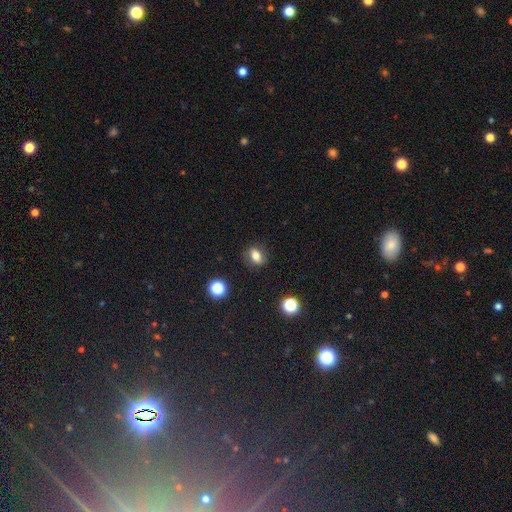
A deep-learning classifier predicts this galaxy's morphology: Q: Smooth or featured?
A: smooth (72%); runner-up: featured or disk (16%)
Q: How rounded?
A: in between (62%); runner-up: round (35%)
Q: Merging?
A: none (82%); runner-up: minor disturbance (13%)